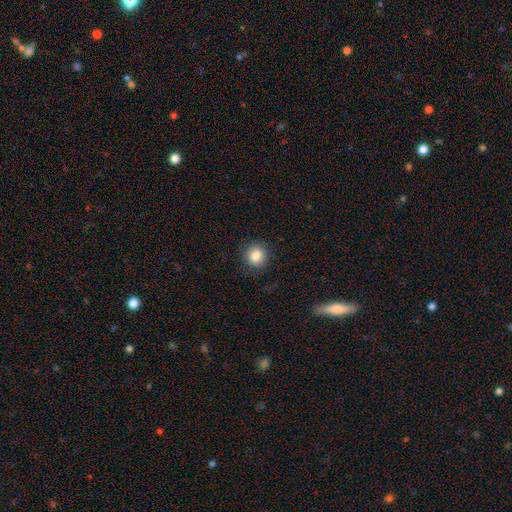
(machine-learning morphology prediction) Smooth or featured? smooth (84%)
How rounded? round (89%)
Merging? none (89%)